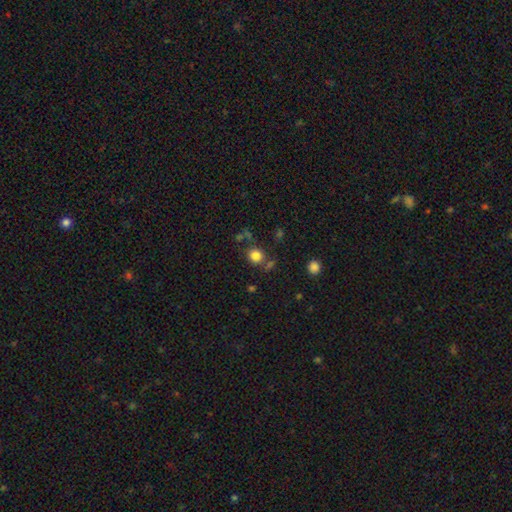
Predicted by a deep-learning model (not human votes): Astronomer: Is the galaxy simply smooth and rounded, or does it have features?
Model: smooth — 82%.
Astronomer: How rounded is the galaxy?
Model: round — 86%.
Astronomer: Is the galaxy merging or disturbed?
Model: none — 74%.